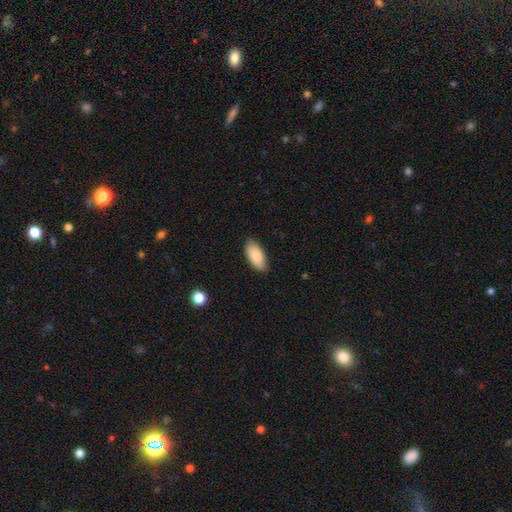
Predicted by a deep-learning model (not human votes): Smooth or featured?
  - smooth: 84% *
  - featured or disk: 10%
  - star or artifact: 6%
How rounded?
  - in between: 90% *
  - cigar-shaped: 8%
  - round: 2%
Merging?
  - none: 85% *
  - minor disturbance: 12%
  - major disturbance: 2%
  - merger: 1%